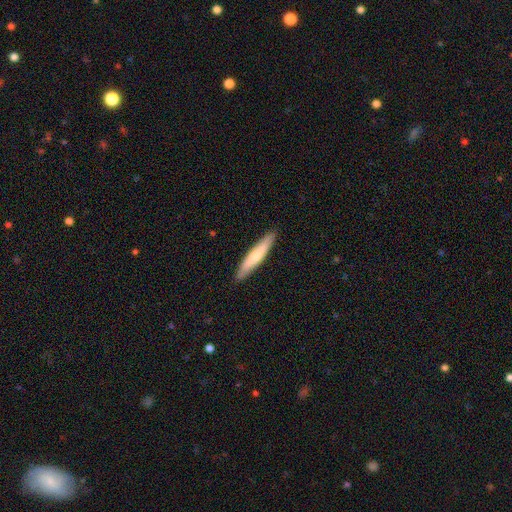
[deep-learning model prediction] This is likely a smooth galaxy (66%). How rounded: clearly cigar-shaped (91%). Merging: clearly none (90%).